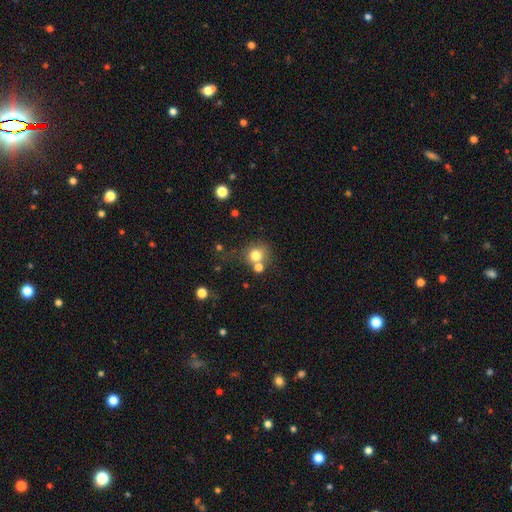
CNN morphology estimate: Smooth or featured? Predicted: smooth (p=0.77). How rounded? Predicted: round (p=0.85). Merging? Predicted: none (p=0.56).